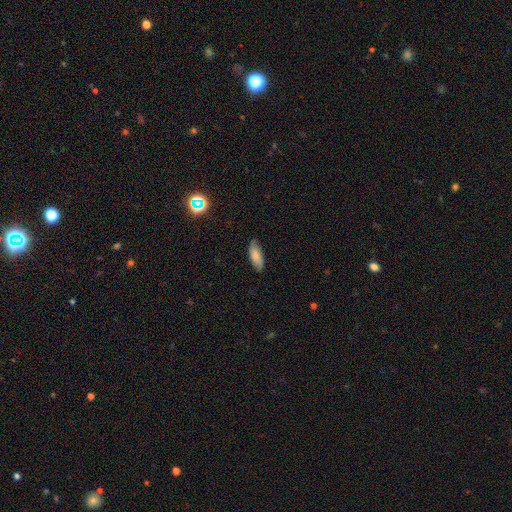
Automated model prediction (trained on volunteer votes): A smooth galaxy with no disk features (80%) that is in between round and cigar-shaped (73%). Merging: none (81%).